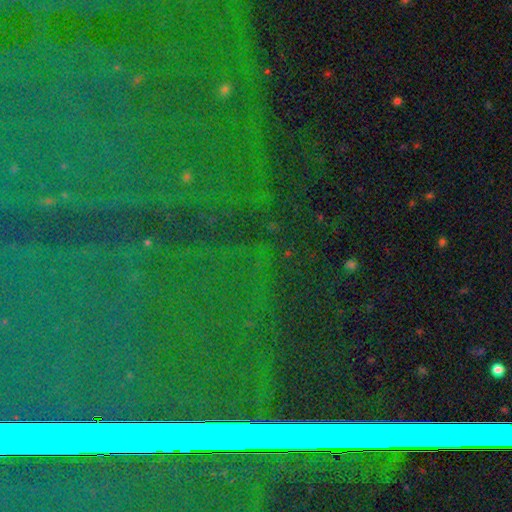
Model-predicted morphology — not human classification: The model was most divided on "smooth or featured": star or artifact: 84%, featured or disk: 8%, smooth: 8%.